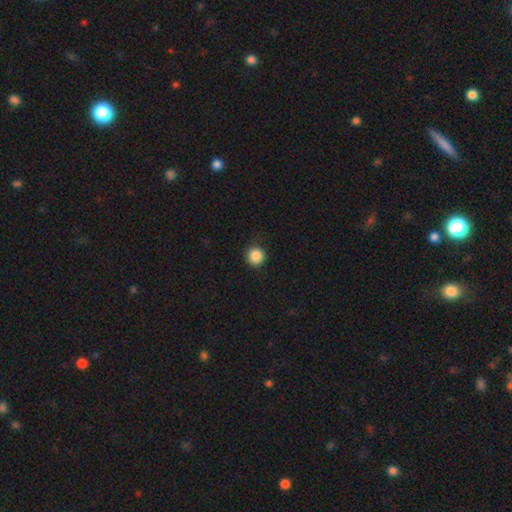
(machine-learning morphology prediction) Smooth or featured?
  - smooth: 87% *
  - star or artifact: 10%
  - featured or disk: 3%
How rounded?
  - round: 95% *
  - in between: 4%
  - cigar-shaped: 1%
Merging?
  - none: 88% *
  - minor disturbance: 8%
  - major disturbance: 2%
  - merger: 1%